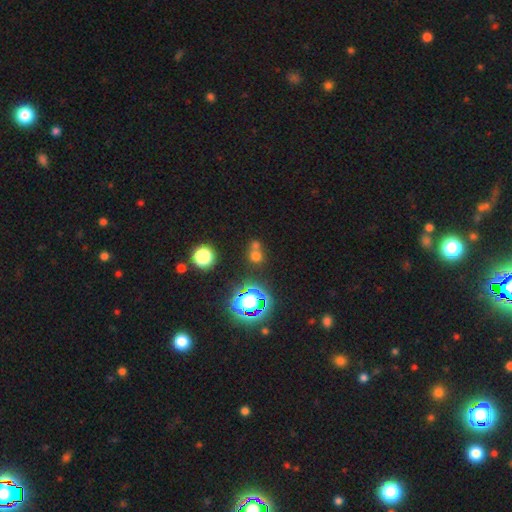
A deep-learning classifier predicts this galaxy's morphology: smooth-or-featured: smooth: 58% | star or artifact: 33% | featured or disk: 9%
  how-rounded: round: 83% | in between: 15% | cigar-shaped: 1%
  merging: none: 56% | merger: 32% | minor disturbance: 8% | major disturbance: 4%